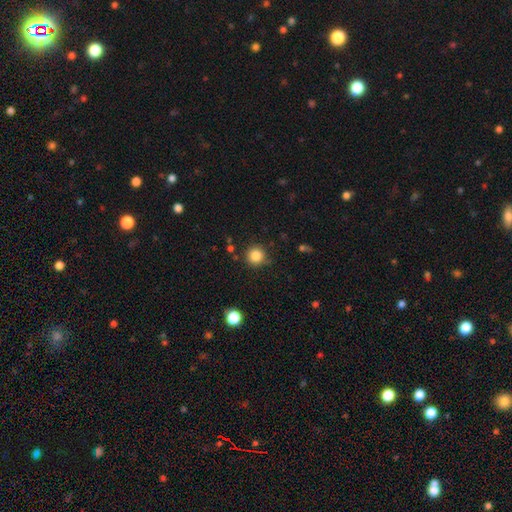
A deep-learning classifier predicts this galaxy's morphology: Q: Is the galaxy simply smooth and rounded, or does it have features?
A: smooth — 84%.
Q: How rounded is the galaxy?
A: round — 94%.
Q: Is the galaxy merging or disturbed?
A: none — 85%.